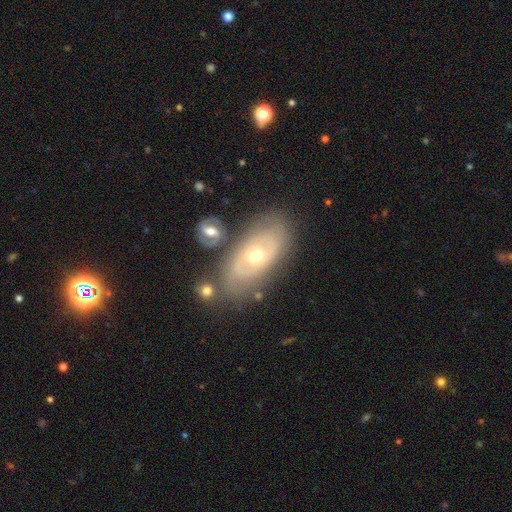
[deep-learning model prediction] A featured or disk galaxy (71%) with no bar (70%), spiral arms (71%) and a moderate central bulge (67%). Merging: none (74%).